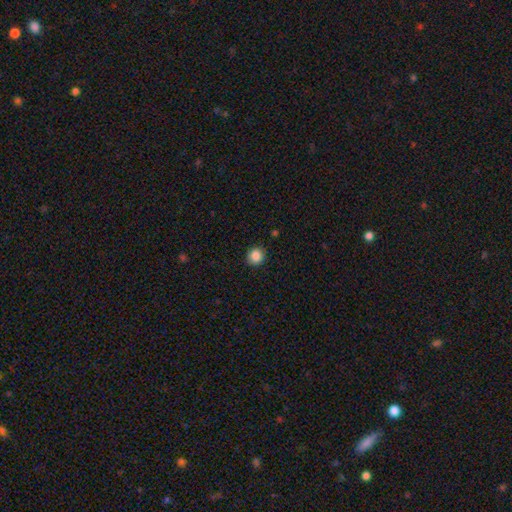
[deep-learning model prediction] Smooth or featured?
  - smooth: 87% *
  - star or artifact: 10%
  - featured or disk: 4%
How rounded?
  - round: 90% *
  - in between: 10%
  - cigar-shaped: 1%
Merging?
  - none: 90% *
  - minor disturbance: 7%
  - major disturbance: 2%
  - merger: 1%